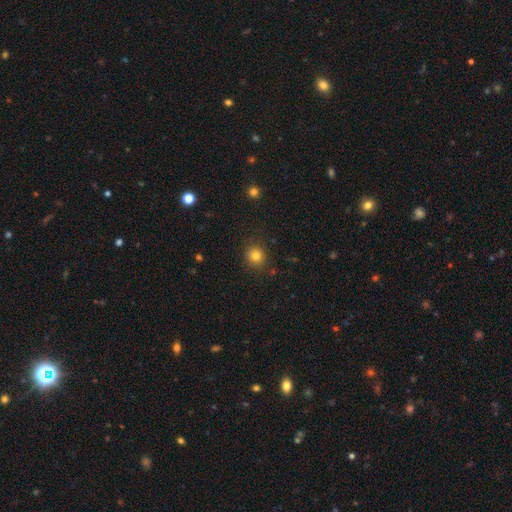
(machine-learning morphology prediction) smooth 81%, star or artifact 13%, featured or disk 6%. Down the decision tree: how rounded — round (88%); merging — none (88%).